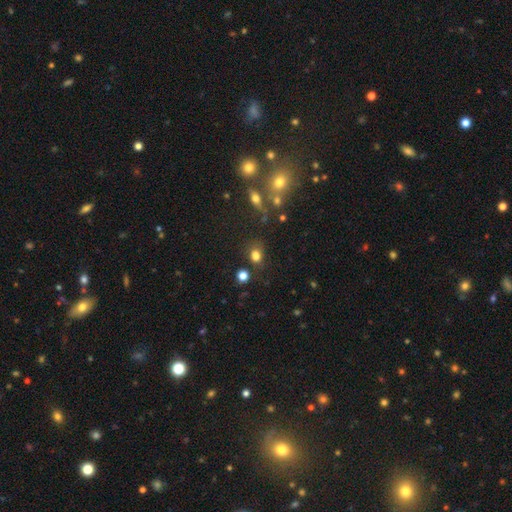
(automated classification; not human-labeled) This appears to be a smooth galaxy with no disk features (78%) that is round (58%). Merging: none (73%).